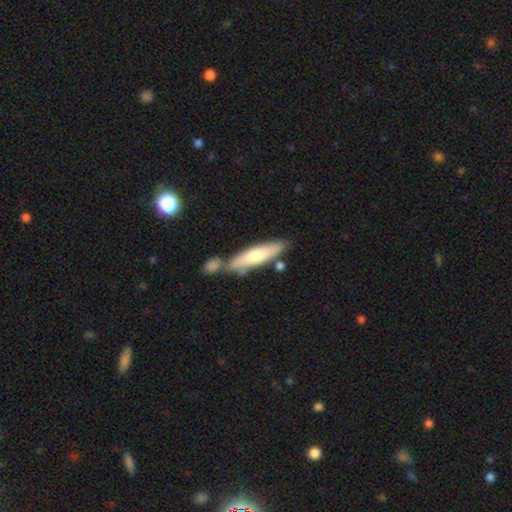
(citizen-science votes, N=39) smooth-or-featured: smooth: 67% | featured or disk: 28% | star or artifact: 5%
  how-rounded: cigar-shaped: 96% | in between: 4% | round: 0%
  merging: none: 78% | merger: 16% | minor disturbance: 3% | major disturbance: 3%